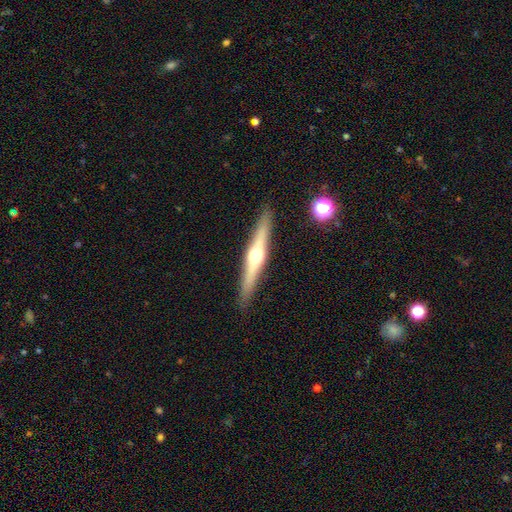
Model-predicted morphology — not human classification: The model was most divided on "smooth or featured": featured or disk: 66%, smooth: 29%, star or artifact: 6%. More confident: edge-on disk — yes (97%); edge-on bulge — rounded (92%); merging — none (90%).